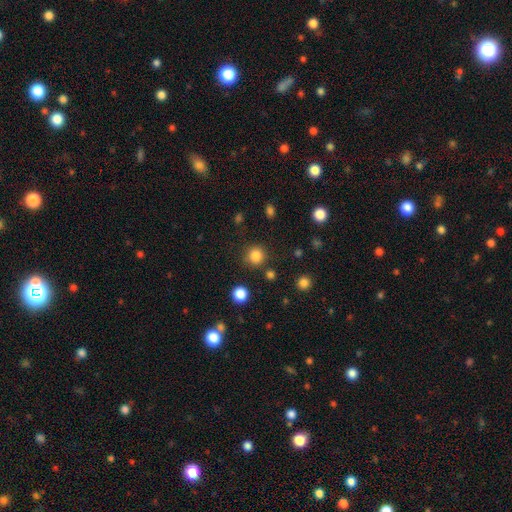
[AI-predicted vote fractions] Smooth or featured? smooth (84%)
How rounded? round (93%)
Merging? none (86%)